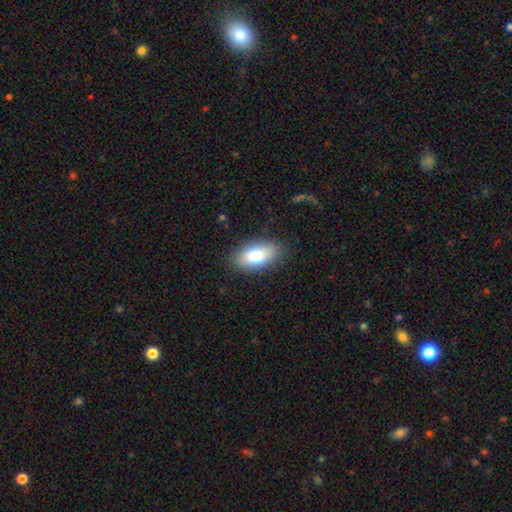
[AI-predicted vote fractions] Smooth or featured: smooth — 81% (featured or disk — 12%)
How rounded: in between — 91% (cigar-shaped — 5%)
Merging: none — 85% (minor disturbance — 11%)